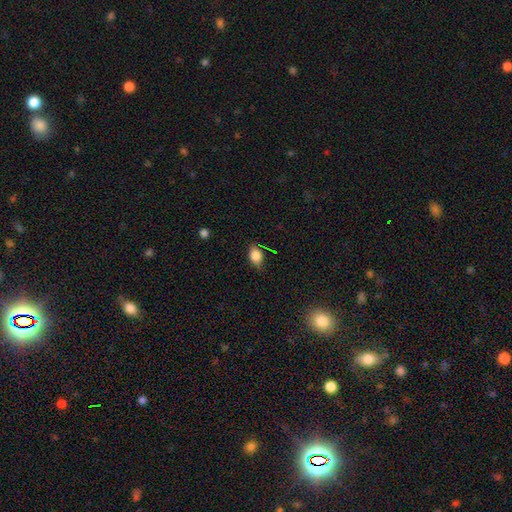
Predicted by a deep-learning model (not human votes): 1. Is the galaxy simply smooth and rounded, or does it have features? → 80% smooth, 10% star or artifact, 10% featured or disk.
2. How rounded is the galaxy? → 77% in between, 21% round, 3% cigar-shaped.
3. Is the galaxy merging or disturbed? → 75% none, 19% minor disturbance, 4% major disturbance, 1% merger.